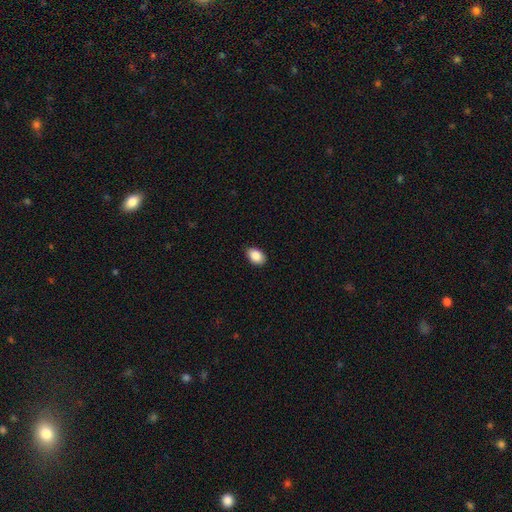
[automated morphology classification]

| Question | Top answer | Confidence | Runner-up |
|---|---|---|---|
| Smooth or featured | smooth | 88% | star or artifact (8%) |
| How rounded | in between | 86% | round (13%) |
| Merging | none | 87% | minor disturbance (10%) |